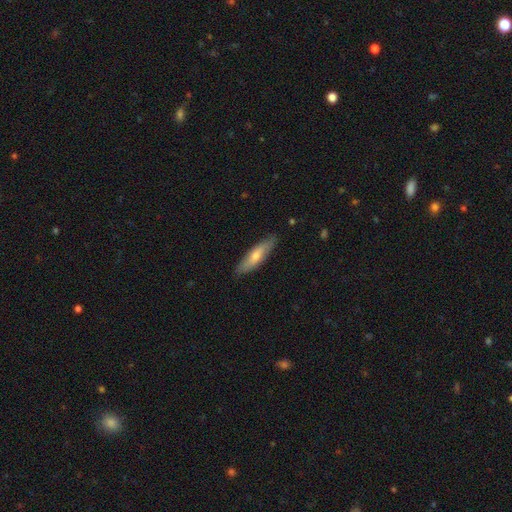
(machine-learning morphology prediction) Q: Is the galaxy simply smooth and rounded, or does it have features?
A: smooth — 64%.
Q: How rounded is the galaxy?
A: cigar-shaped — 69%.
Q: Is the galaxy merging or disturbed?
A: none — 85%.